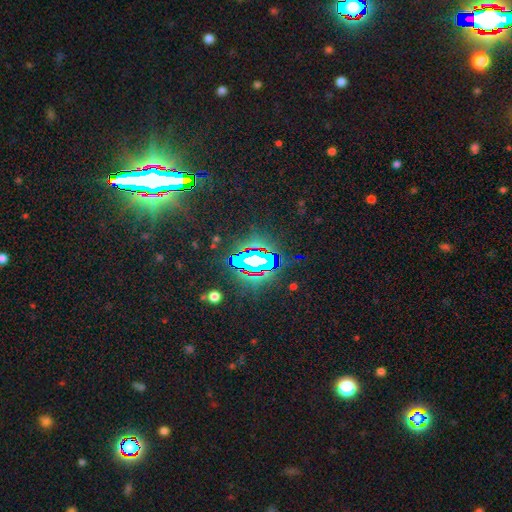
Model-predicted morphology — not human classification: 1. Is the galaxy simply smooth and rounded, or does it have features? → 74% star or artifact, 13% smooth, 13% featured or disk.